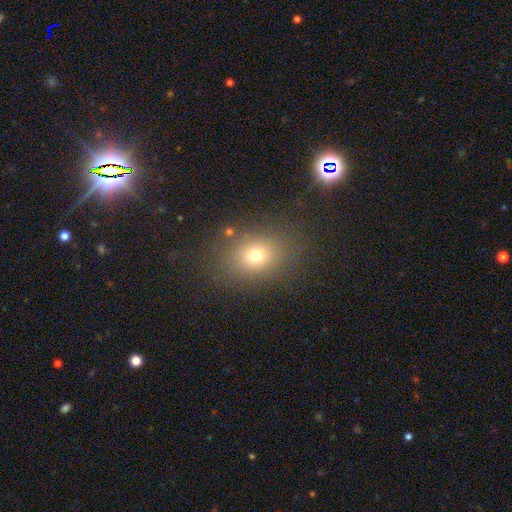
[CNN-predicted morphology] smooth 71%, star or artifact 17%, featured or disk 12%. Down the decision tree: how rounded — in between (51%); merging — none (82%).